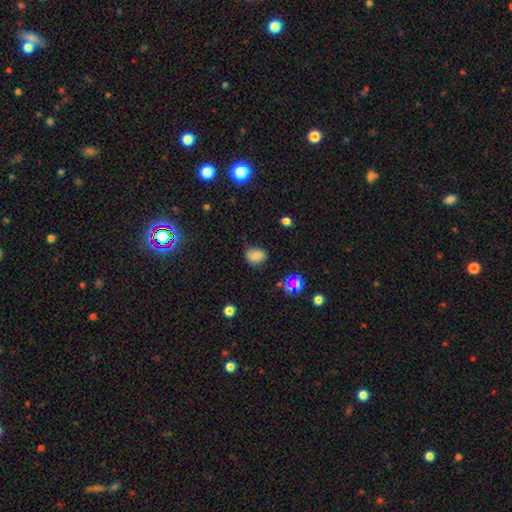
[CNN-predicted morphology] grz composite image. It shows a smooth galaxy with no disk features (75%) that is in between round and cigar-shaped (50%). Merging: none (74%).